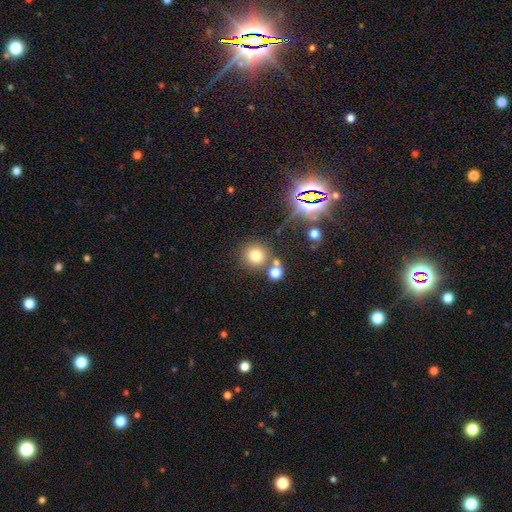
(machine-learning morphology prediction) This appears to be a smooth galaxy with no disk features (73%) that is round (92%). Merging: none (74%).